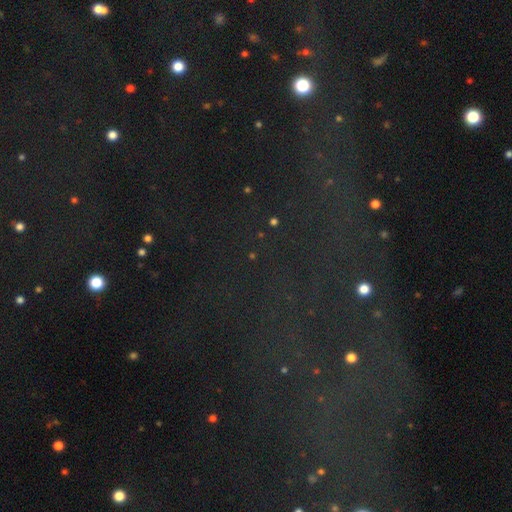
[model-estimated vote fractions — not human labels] smooth-or-featured: star or artifact: 77% | smooth: 13% | featured or disk: 10%